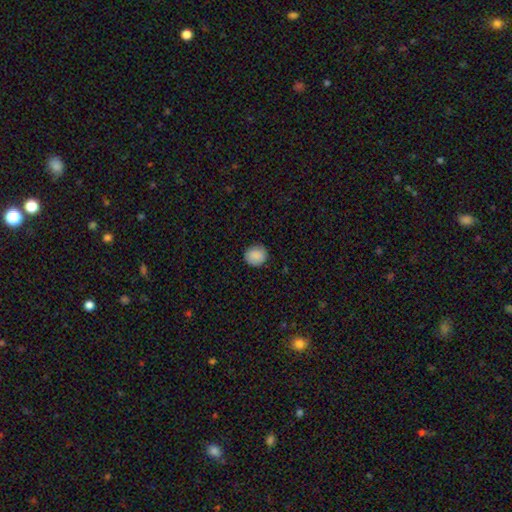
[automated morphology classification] Smooth or featured?
  - smooth: 88% *
  - star or artifact: 8%
  - featured or disk: 4%
How rounded?
  - round: 88% *
  - in between: 11%
  - cigar-shaped: 1%
Merging?
  - none: 87% *
  - minor disturbance: 10%
  - major disturbance: 2%
  - merger: 1%